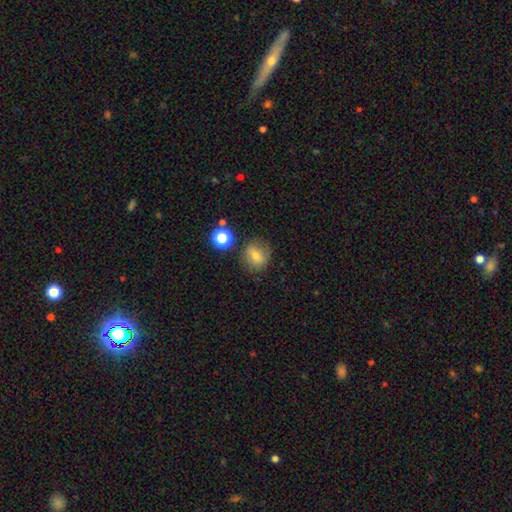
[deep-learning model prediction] The model was most divided on "smooth or featured": smooth: 64%, featured or disk: 21%, star or artifact: 15%. More confident: how rounded — round (76%); merging — none (75%).